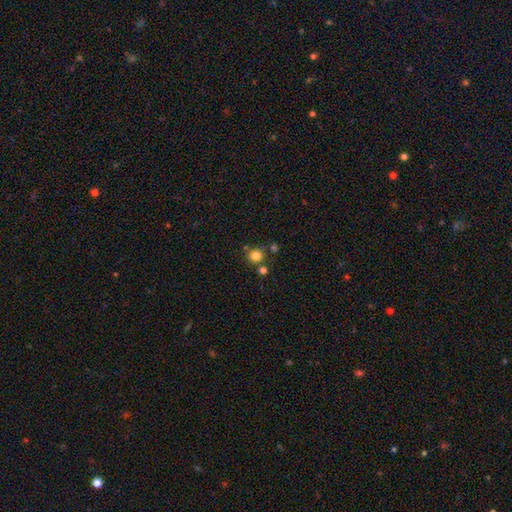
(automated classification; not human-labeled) The model was most divided on "merging": none: 75%, merger: 13%, minor disturbance: 9%, major disturbance: 3%. More confident: how rounded — round (92%); smooth or featured — smooth (81%).